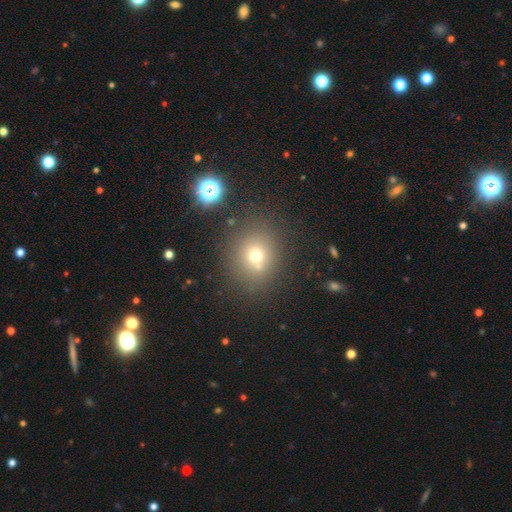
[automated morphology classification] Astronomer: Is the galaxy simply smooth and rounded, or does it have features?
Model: smooth — 68%.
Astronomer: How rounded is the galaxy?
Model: round — 76%.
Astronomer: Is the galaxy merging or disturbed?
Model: none — 71%.